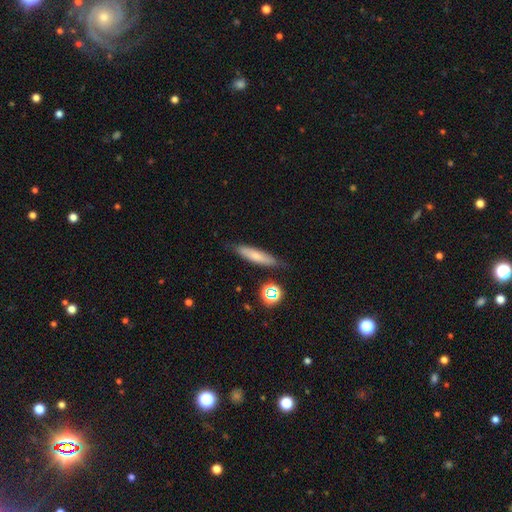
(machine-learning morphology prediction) This appears to be a smooth galaxy with no disk features (67%) that is cigar-shaped (78%). Merging: none (78%).